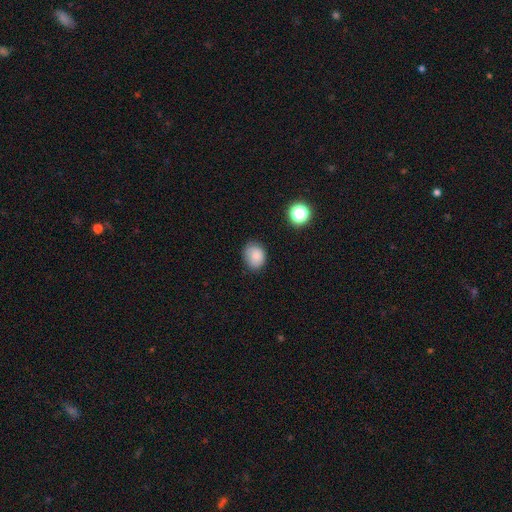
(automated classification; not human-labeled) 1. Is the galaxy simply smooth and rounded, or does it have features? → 84% smooth, 10% star or artifact, 6% featured or disk.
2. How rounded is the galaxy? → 50% round, 49% in between, 1% cigar-shaped.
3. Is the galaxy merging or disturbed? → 76% none, 18% minor disturbance, 4% major disturbance, 2% merger.